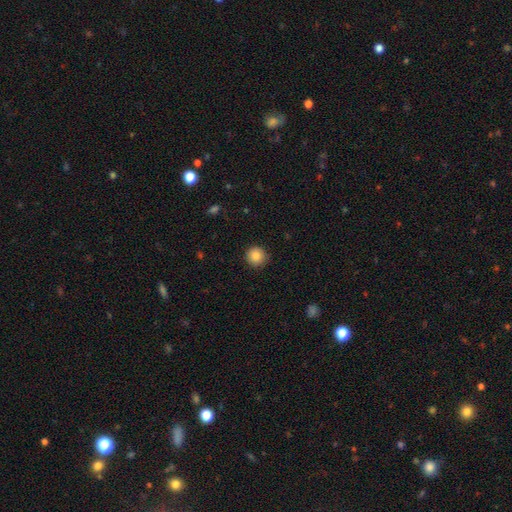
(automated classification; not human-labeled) This appears to be a smooth galaxy with no disk features (86%) that is round (94%). Merging: none (89%).